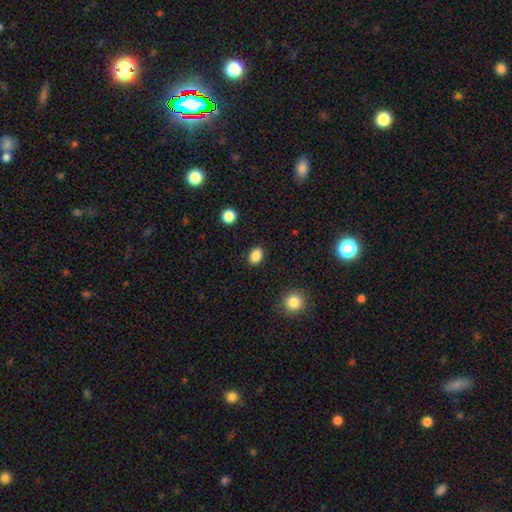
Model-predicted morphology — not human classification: Smooth or featured: smooth — 87% (star or artifact — 9%)
How rounded: in between — 66% (round — 33%)
Merging: none — 90% (minor disturbance — 7%)